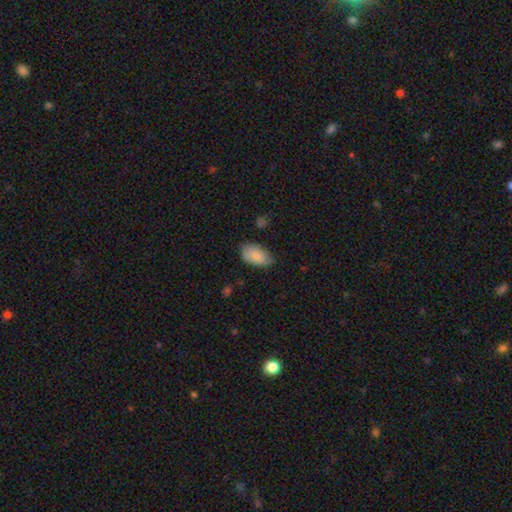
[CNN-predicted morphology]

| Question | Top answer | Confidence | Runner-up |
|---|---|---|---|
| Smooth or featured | smooth | 83% | featured or disk (10%) |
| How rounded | in between | 94% | round (5%) |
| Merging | none | 68% | minor disturbance (26%) |